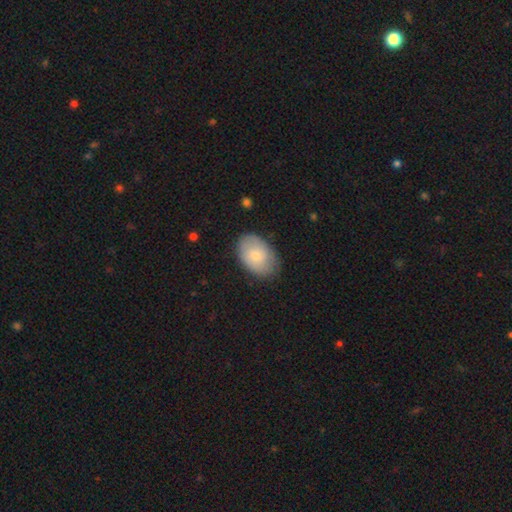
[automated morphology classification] Smooth or featured: smooth — 71% (featured or disk — 23%)
How rounded: in between — 85% (round — 14%)
Merging: none — 79% (minor disturbance — 16%)